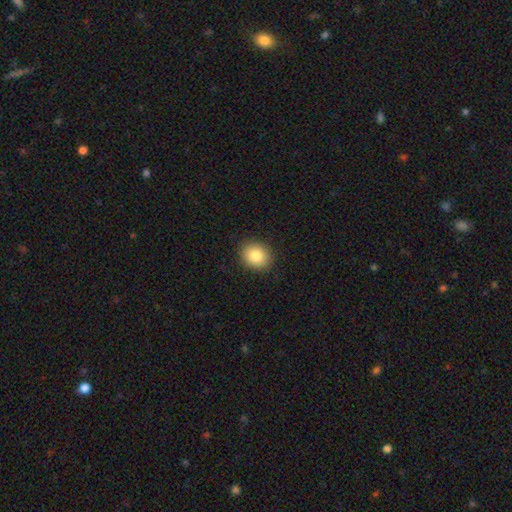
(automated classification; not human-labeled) A smooth galaxy with no disk features (84%) that is round (69%).

Vote fractions:
- Smooth or featured? smooth: 84% / star or artifact: 9% / featured or disk: 7%
- How rounded? round: 69% / in between: 30% / cigar-shaped: 1%
- Merging? none: 90% / minor disturbance: 7% / major disturbance: 2% / merger: 1%